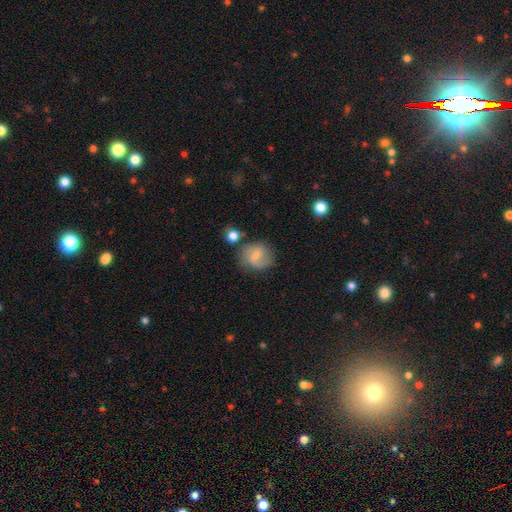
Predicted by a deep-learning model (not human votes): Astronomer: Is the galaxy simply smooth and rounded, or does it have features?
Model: featured or disk — 48% (runner-up: smooth, 43%).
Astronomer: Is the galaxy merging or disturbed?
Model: none — 63%.